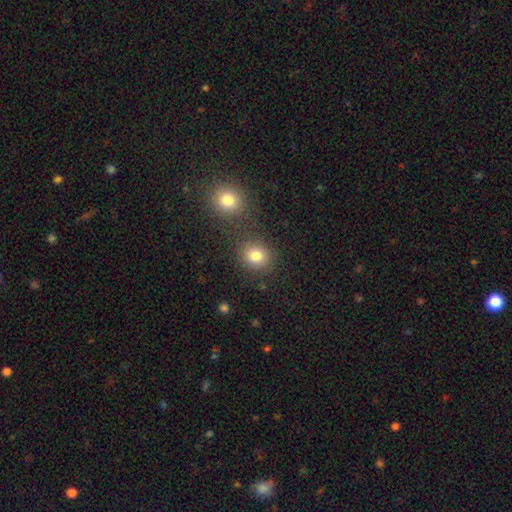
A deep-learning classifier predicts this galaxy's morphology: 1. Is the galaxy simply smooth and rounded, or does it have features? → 81% smooth, 13% star or artifact, 6% featured or disk.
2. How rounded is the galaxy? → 74% round, 25% in between, 1% cigar-shaped.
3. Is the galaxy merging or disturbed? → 80% none, 9% merger, 8% minor disturbance, 3% major disturbance.